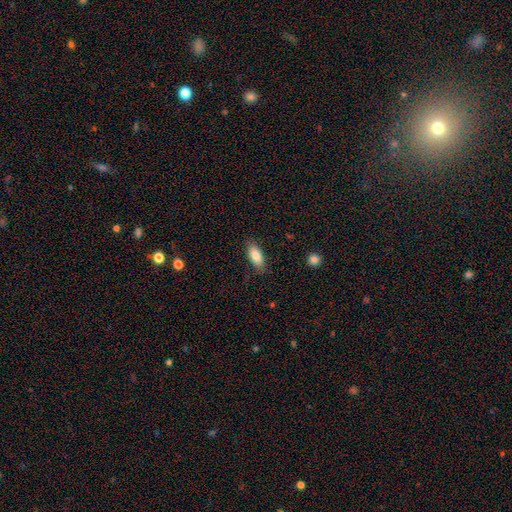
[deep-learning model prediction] smooth 83%, featured or disk 10%, star or artifact 7%. Down the decision tree: how rounded — in between (83%); merging — none (84%).